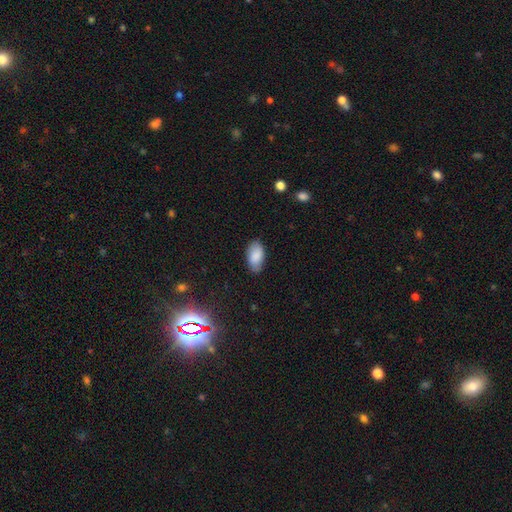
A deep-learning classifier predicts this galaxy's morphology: Smooth or featured?
  - smooth: 85% *
  - featured or disk: 8%
  - star or artifact: 7%
How rounded?
  - in between: 95% *
  - round: 3%
  - cigar-shaped: 2%
Merging?
  - none: 81% *
  - minor disturbance: 15%
  - major disturbance: 3%
  - merger: 1%